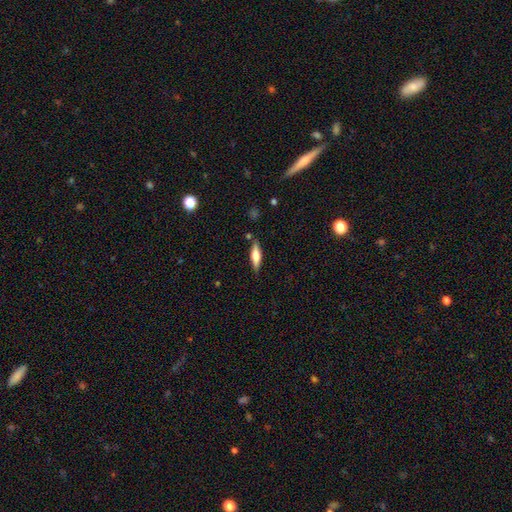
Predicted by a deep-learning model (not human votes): Q: Smooth or featured?
A: smooth (50%); runner-up: featured or disk (43%)
Q: How rounded?
A: cigar-shaped (64%); runner-up: in between (34%)
Q: Merging?
A: none (84%); runner-up: minor disturbance (11%)